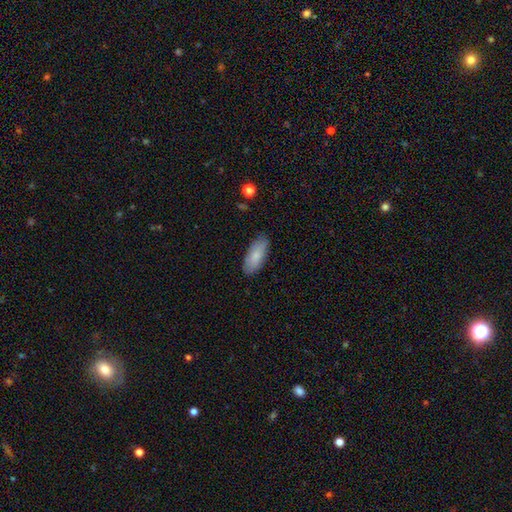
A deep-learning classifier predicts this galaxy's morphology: Q: Smooth or featured?
A: smooth (81%); runner-up: featured or disk (13%)
Q: How rounded?
A: in between (81%); runner-up: cigar-shaped (17%)
Q: Merging?
A: none (84%); runner-up: minor disturbance (12%)